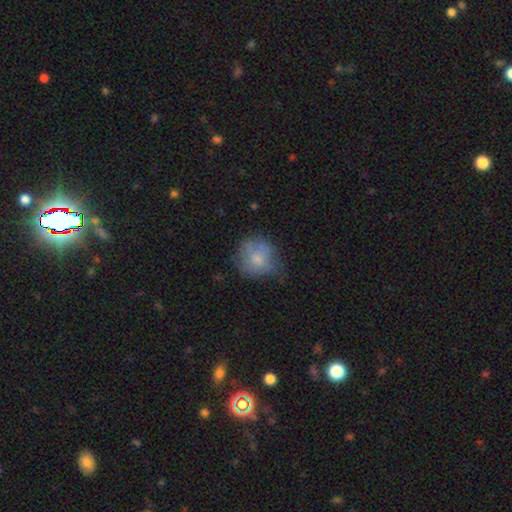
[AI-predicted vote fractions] Smooth or featured? Predicted: smooth (p=0.69). How rounded? Predicted: round (p=0.82). Merging? Predicted: none (p=0.56).